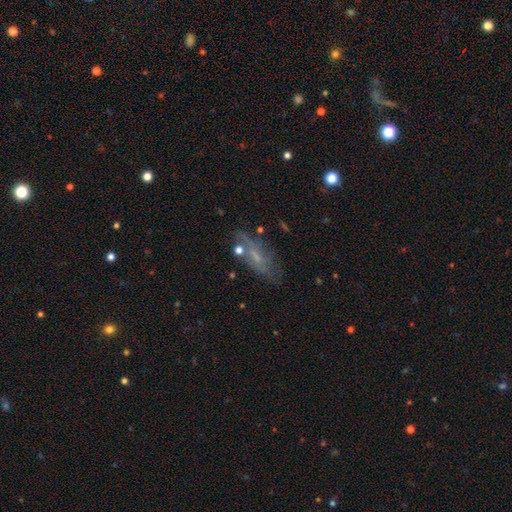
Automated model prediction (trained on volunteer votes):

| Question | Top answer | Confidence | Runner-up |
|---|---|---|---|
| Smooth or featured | featured or disk | 49% | smooth (38%) |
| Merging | none | 60% | minor disturbance (21%) |